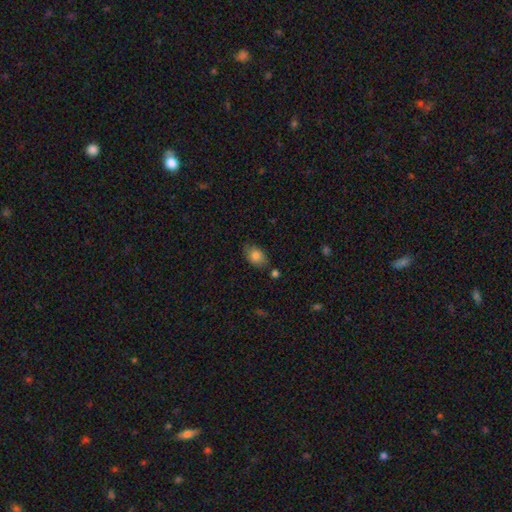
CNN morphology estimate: Q: Smooth or featured?
A: smooth (82%); runner-up: featured or disk (10%)
Q: How rounded?
A: in between (84%); runner-up: round (15%)
Q: Merging?
A: none (68%); runner-up: minor disturbance (23%)